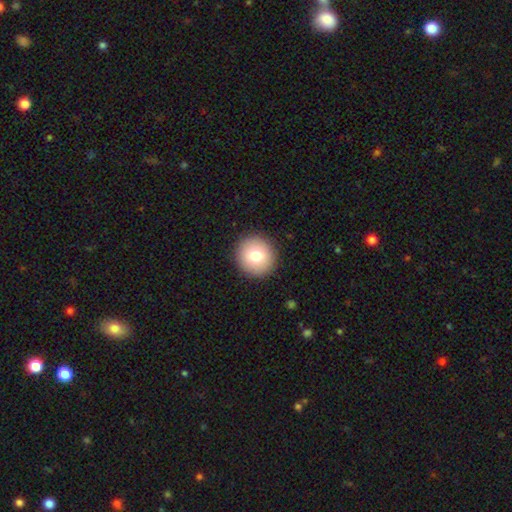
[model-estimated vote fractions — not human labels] smooth-or-featured: smooth: 76% | featured or disk: 14% | star or artifact: 10%
  how-rounded: round: 93% | in between: 6% | cigar-shaped: 1%
  merging: none: 92% | minor disturbance: 5% | major disturbance: 2% | merger: 1%